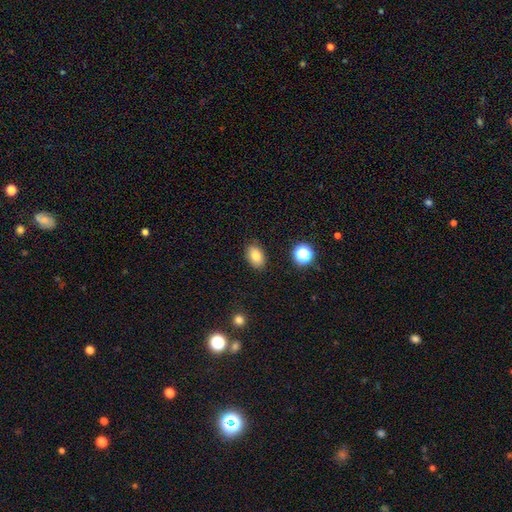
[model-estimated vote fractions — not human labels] The model was most divided on "how rounded": in between: 83%, round: 16%, cigar-shaped: 1%. More confident: merging — none (87%); smooth or featured — smooth (81%).